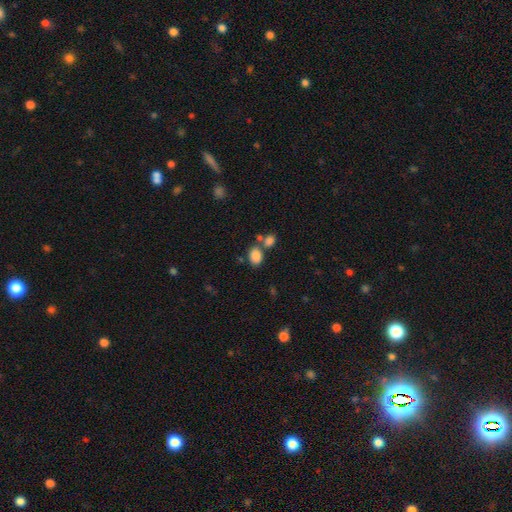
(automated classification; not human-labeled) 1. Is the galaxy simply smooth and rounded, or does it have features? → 85% smooth, 10% star or artifact, 6% featured or disk.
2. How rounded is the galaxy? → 77% in between, 22% round, 1% cigar-shaped.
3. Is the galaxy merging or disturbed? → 54% none, 30% merger, 11% minor disturbance, 4% major disturbance.